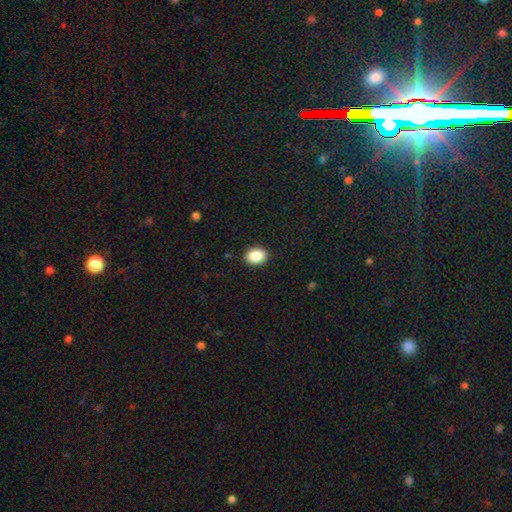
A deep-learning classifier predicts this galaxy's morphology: Overall: smooth (88%). How rounded: in between (66%; round 33%). Merging: none (90%).